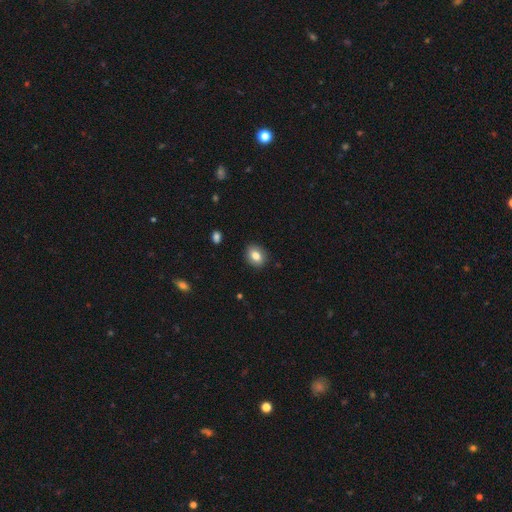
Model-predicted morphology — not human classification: smooth-or-featured: smooth: 80% | featured or disk: 11% | star or artifact: 9%
  how-rounded: in between: 59% | round: 40% | cigar-shaped: 1%
  merging: none: 88% | minor disturbance: 8% | major disturbance: 2% | merger: 1%